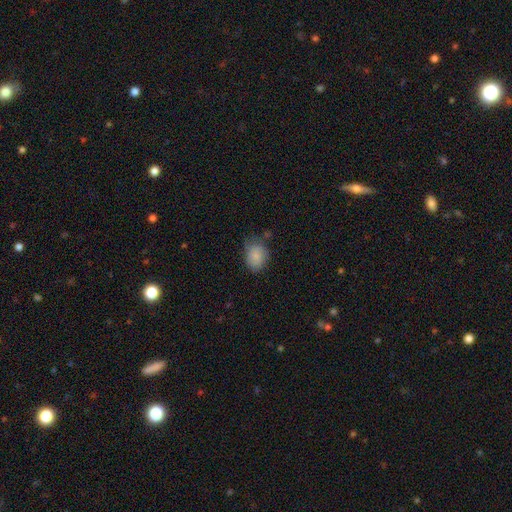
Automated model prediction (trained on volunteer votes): smooth 85%, featured or disk 8%, star or artifact 8%. Down the decision tree: how rounded — in between (58%); merging — none (60%).